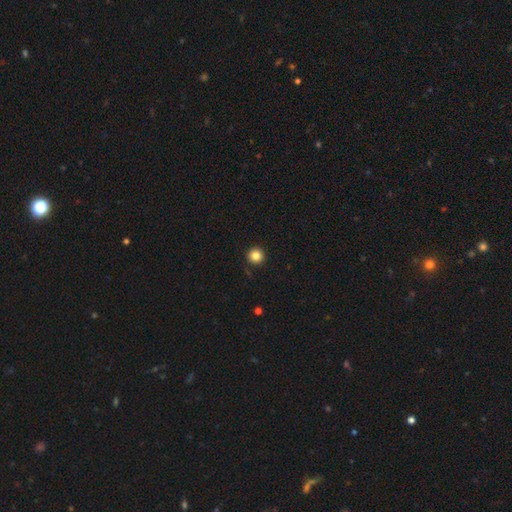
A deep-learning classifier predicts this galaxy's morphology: The model was most divided on "smooth or featured": smooth: 84%, star or artifact: 12%, featured or disk: 5%. More confident: how rounded — round (96%); merging — none (92%).